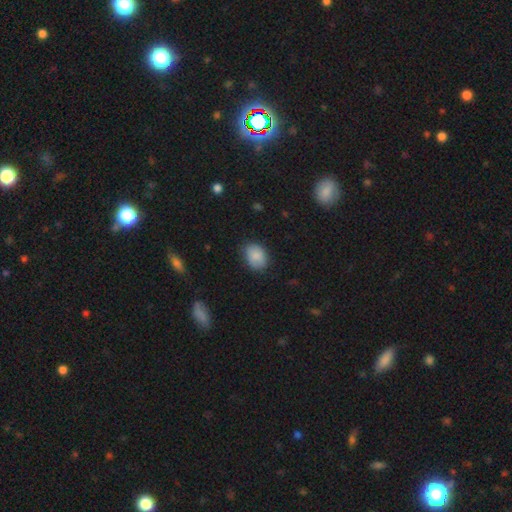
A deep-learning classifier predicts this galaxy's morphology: The model was most divided on "how rounded": in between: 67%, round: 32%, cigar-shaped: 1%. More confident: smooth or featured — smooth (86%); merging — none (77%).